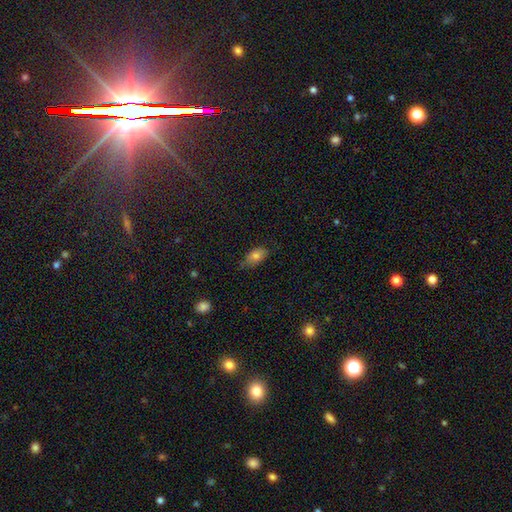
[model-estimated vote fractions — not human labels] Overall: smooth (77%). How rounded: in between (89%). Merging: none (63%; minor disturbance 30%).